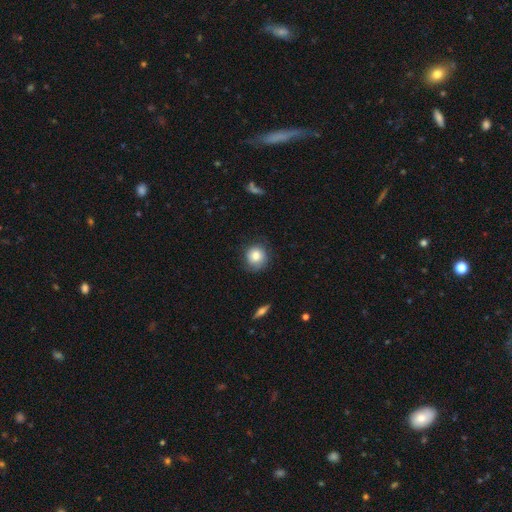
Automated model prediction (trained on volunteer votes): This appears to be a smooth galaxy with no disk features (80%) that is round (88%). Merging: none (74%).